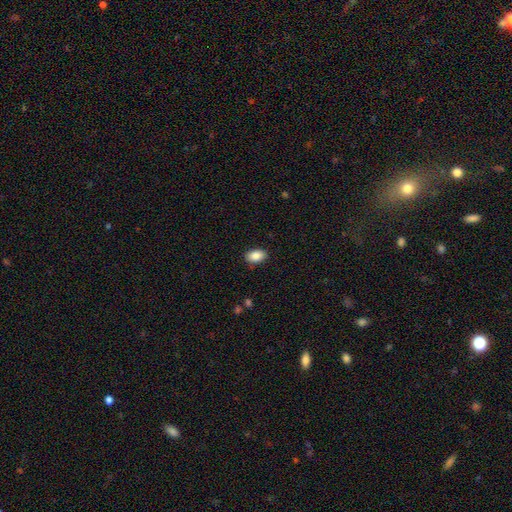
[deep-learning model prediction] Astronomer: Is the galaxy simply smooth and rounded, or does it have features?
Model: smooth — 87%.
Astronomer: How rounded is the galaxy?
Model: in between — 90%.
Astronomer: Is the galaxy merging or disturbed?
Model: none — 87%.